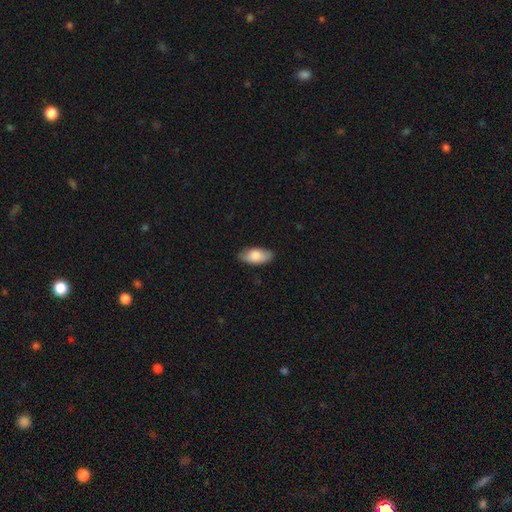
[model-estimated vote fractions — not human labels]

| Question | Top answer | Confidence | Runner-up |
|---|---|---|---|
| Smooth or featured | smooth | 83% | featured or disk (11%) |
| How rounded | in between | 91% | cigar-shaped (6%) |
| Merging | none | 84% | minor disturbance (13%) |